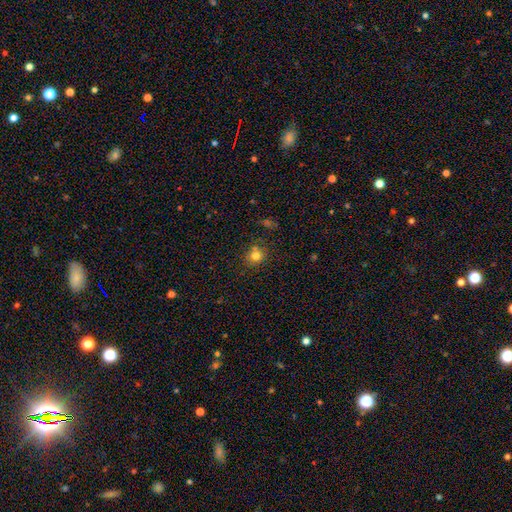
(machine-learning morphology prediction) The model was most divided on "smooth or featured": smooth: 78%, star or artifact: 14%, featured or disk: 7%. More confident: how rounded — round (85%); merging — none (79%).